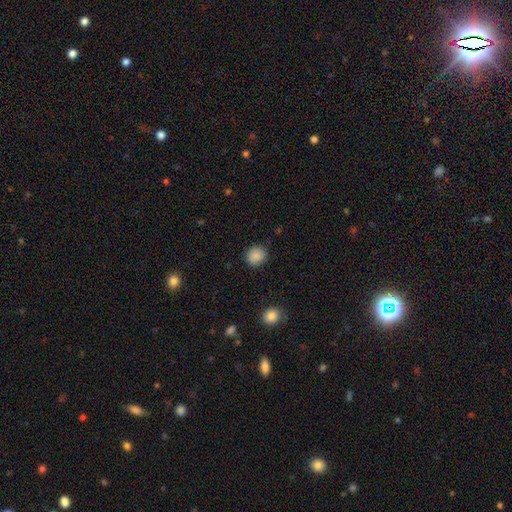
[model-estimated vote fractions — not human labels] smooth-or-featured: smooth: 88% | star or artifact: 9% | featured or disk: 3%
  how-rounded: round: 84% | in between: 15% | cigar-shaped: 1%
  merging: none: 85% | minor disturbance: 11% | major disturbance: 3% | merger: 1%